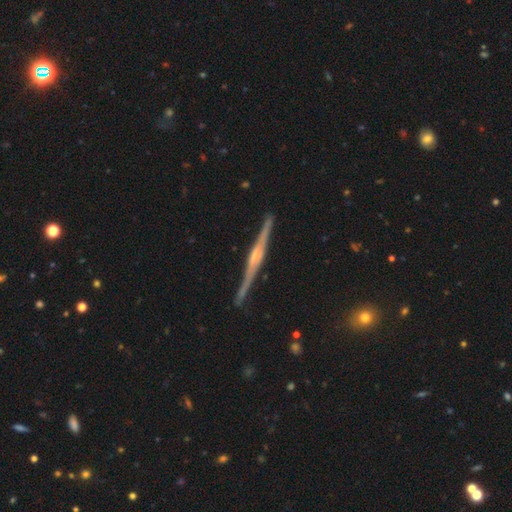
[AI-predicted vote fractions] This is clearly a featured or disk galaxy (88%). It is clearly viewed edge-on (99%). Edge-on bulge: likely rounded (74%). Merging: clearly none (91%).